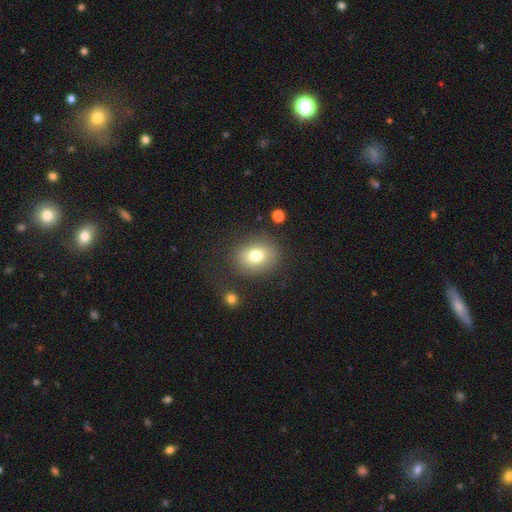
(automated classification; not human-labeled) smooth-or-featured: smooth: 77% | featured or disk: 13% | star or artifact: 11%
  how-rounded: round: 54% | in between: 46% | cigar-shaped: 1%
  merging: none: 79% | minor disturbance: 12% | major disturbance: 6% | merger: 3%